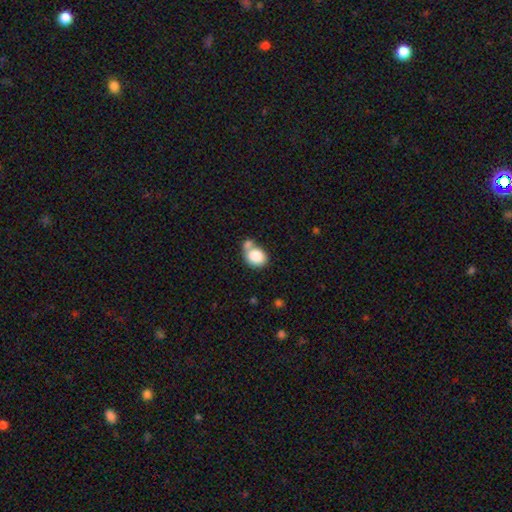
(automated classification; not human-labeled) A smooth galaxy with no disk features (83%) that is round (51%).

Vote fractions:
- Smooth or featured? smooth: 83% / featured or disk: 9% / star or artifact: 8%
- How rounded? round: 51% / in between: 48% / cigar-shaped: 1%
- Merging? merger: 41% / none: 40% / minor disturbance: 13% / major disturbance: 5%